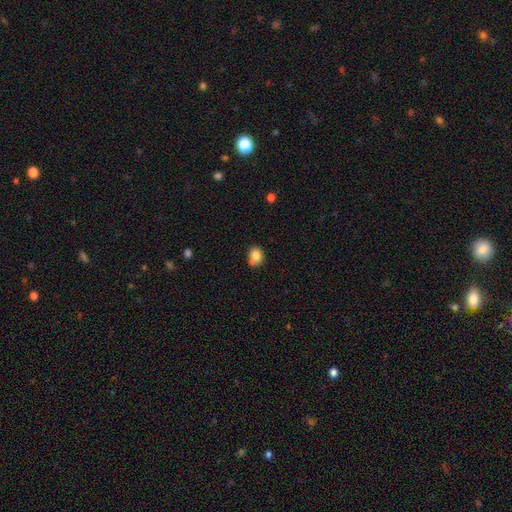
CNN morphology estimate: smooth 81%, star or artifact 10%, featured or disk 9%. Down the decision tree: how rounded — round (61%); merging — none (62%).